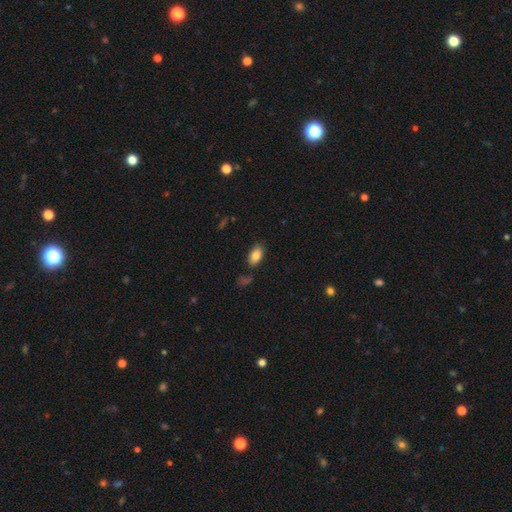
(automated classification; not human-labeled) Smooth or featured? smooth (84%)
How rounded? in between (92%)
Merging? none (79%)